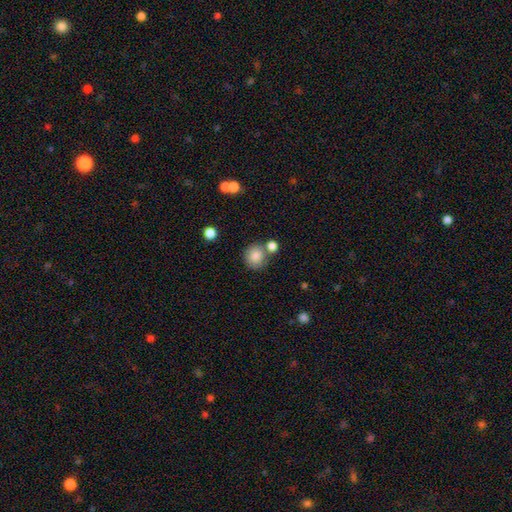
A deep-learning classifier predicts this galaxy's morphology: Smooth or featured? smooth (84%)
How rounded? round (86%)
Merging? none (66%)